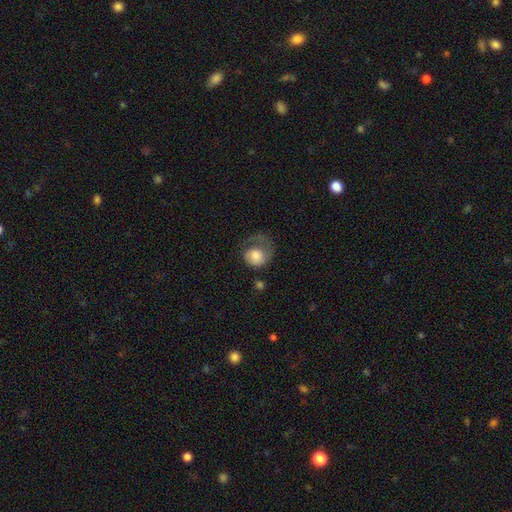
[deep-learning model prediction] Morphology: type=smooth (57%); roundness=round (71%); merging=major disturbance (50%).